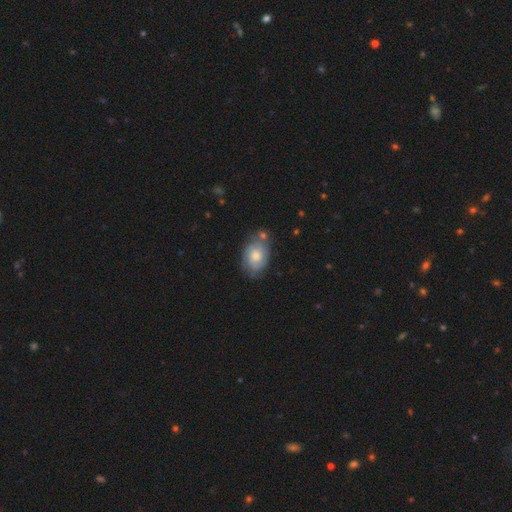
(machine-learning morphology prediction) Smooth or featured?
  - smooth: 54% *
  - featured or disk: 39%
  - star or artifact: 7%
How rounded?
  - in between: 80% *
  - round: 19%
  - cigar-shaped: 1%
Merging?
  - none: 64% *
  - minor disturbance: 23%
  - merger: 7%
  - major disturbance: 6%